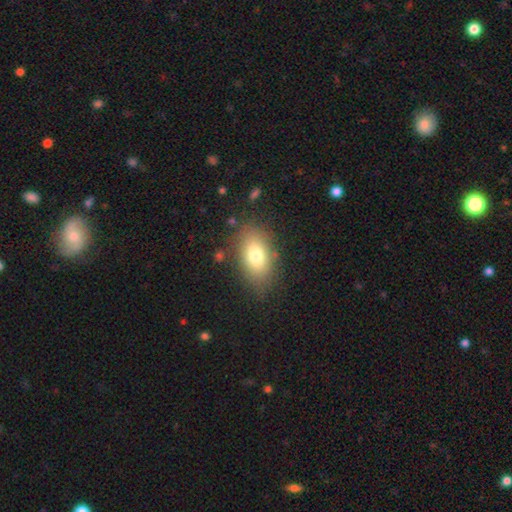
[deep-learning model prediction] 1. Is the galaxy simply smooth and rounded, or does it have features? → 78% smooth, 14% featured or disk, 8% star or artifact.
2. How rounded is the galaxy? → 90% in between, 7% round, 3% cigar-shaped.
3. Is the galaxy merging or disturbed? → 81% none, 13% minor disturbance, 4% major disturbance, 2% merger.